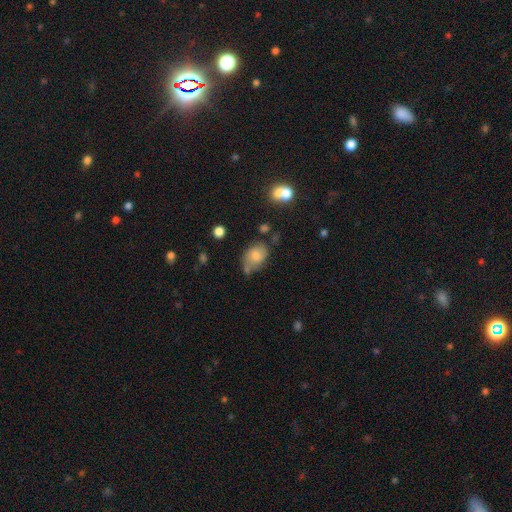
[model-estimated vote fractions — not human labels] Smooth or featured? smooth (67%)
How rounded? in between (79%)
Merging? none (47%)